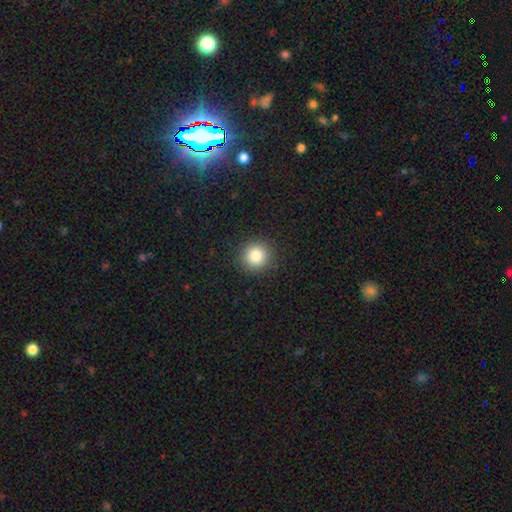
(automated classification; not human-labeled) This appears to be a smooth galaxy with no disk features (84%) that is round (94%). Merging: none (91%).